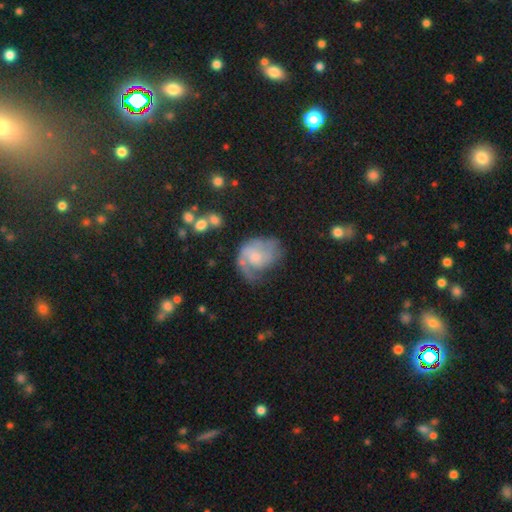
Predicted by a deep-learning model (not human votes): This appears to be a featured or disk galaxy (72%) with no bar (67%), 2 (39%) medium (44%) spiral arms (88%) and a small central bulge (46%). Merging: none (47%).